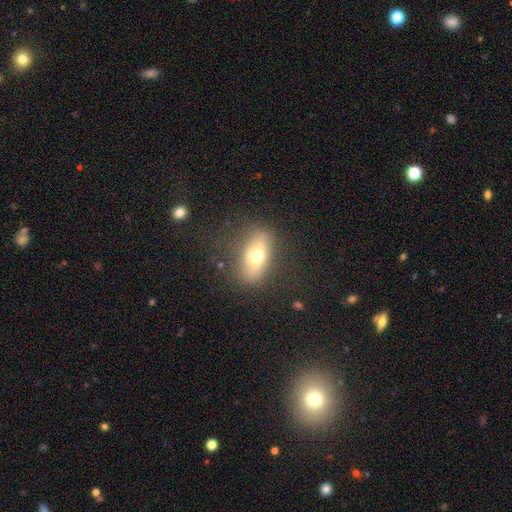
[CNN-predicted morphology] Smooth or featured? Predicted: smooth (p=0.62). How rounded? Predicted: in between (p=0.76). Merging? Predicted: none (p=0.79).